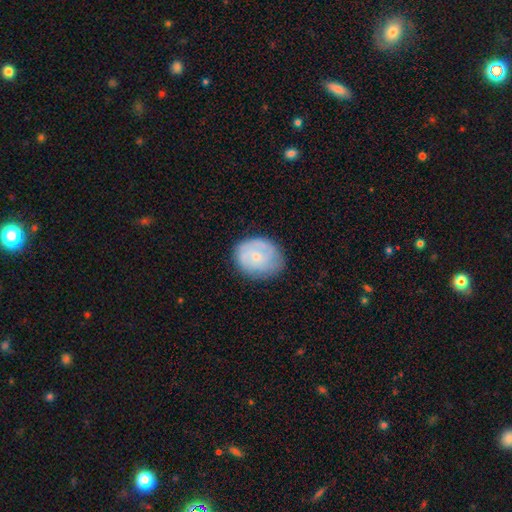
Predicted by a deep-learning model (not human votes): smooth_or_featured: smooth (p=0.49) [alt: featured or disk p=0.44]
merging: none (p=0.68) [alt: minor disturbance p=0.23]